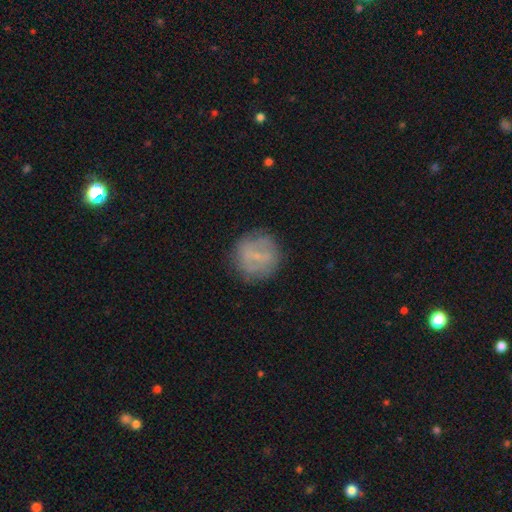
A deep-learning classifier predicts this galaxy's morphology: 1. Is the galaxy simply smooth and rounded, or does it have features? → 50% smooth, 41% featured or disk, 10% star or artifact.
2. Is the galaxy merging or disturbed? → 77% none, 15% minor disturbance, 6% major disturbance, 1% merger.